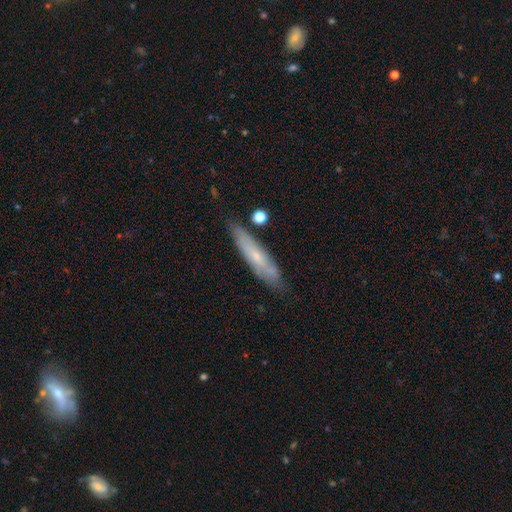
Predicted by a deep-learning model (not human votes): Smooth or featured? Predicted: smooth (p=0.48). Merging? Predicted: none (p=0.76).